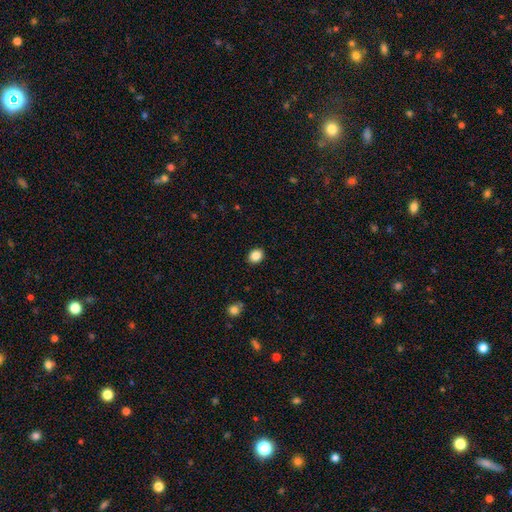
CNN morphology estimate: Q: Smooth or featured?
A: smooth (86%); runner-up: star or artifact (10%)
Q: How rounded?
A: round (59%); runner-up: in between (41%)
Q: Merging?
A: none (91%); runner-up: minor disturbance (6%)